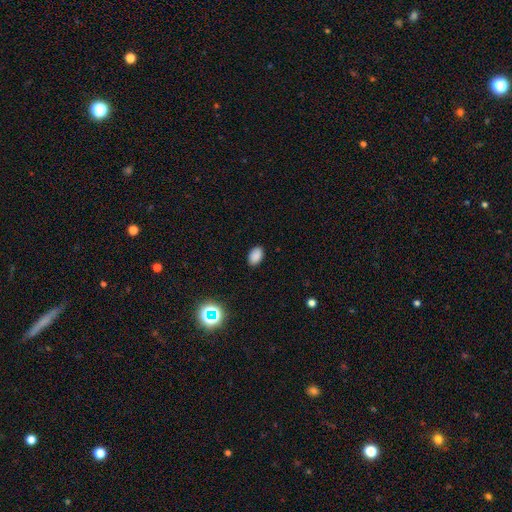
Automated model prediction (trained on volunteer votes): This is clearly a smooth galaxy (85%). How rounded: clearly in between (89%). Merging: clearly none (88%).